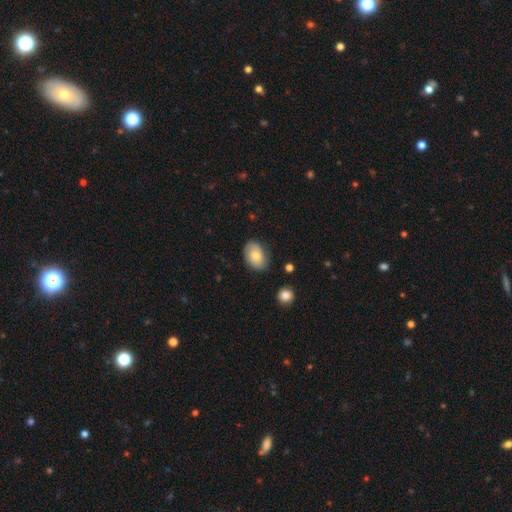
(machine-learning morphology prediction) smooth 72%, featured or disk 21%, star or artifact 7%. Down the decision tree: how rounded — in between (83%); merging — none (78%).